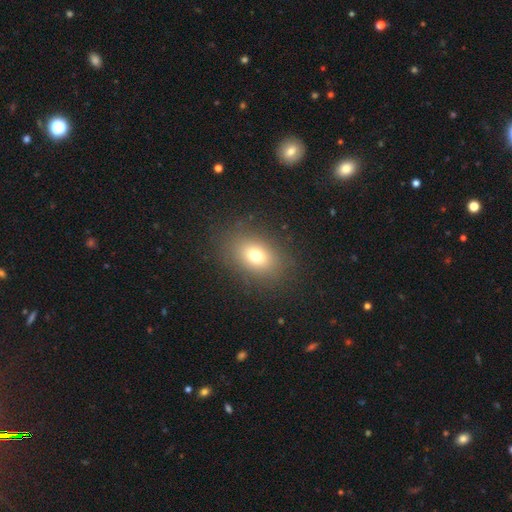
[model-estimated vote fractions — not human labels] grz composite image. It shows a smooth galaxy with no disk features (73%) that is in between round and cigar-shaped (73%). Merging: none (84%).